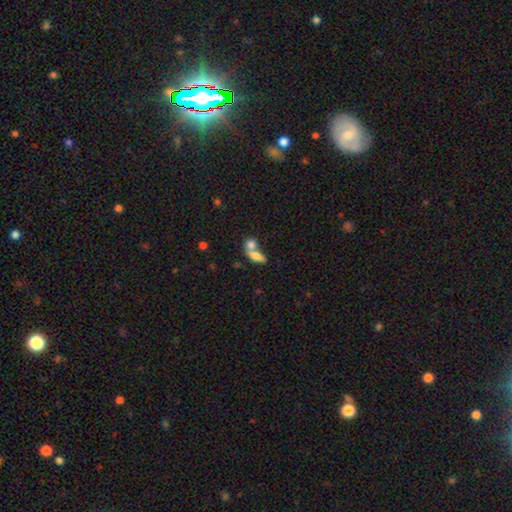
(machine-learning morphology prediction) smooth 75%, featured or disk 17%, star or artifact 9%. Down the decision tree: how rounded — in between (74%); merging — merger (60%).